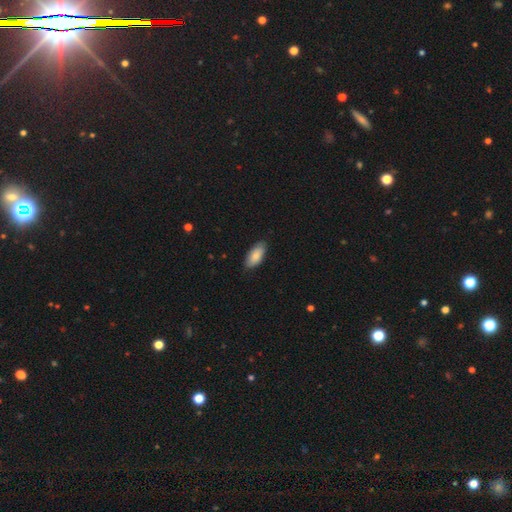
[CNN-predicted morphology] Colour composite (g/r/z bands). It shows a smooth galaxy with no disk features (84%) that is in between round and cigar-shaped (90%). Merging: none (82%).